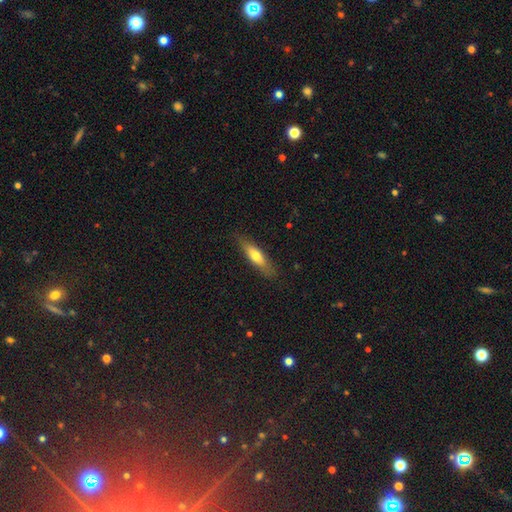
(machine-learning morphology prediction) Q: Smooth or featured?
A: smooth (62%); runner-up: featured or disk (32%)
Q: How rounded?
A: cigar-shaped (66%); runner-up: in between (32%)
Q: Merging?
A: none (84%); runner-up: minor disturbance (12%)